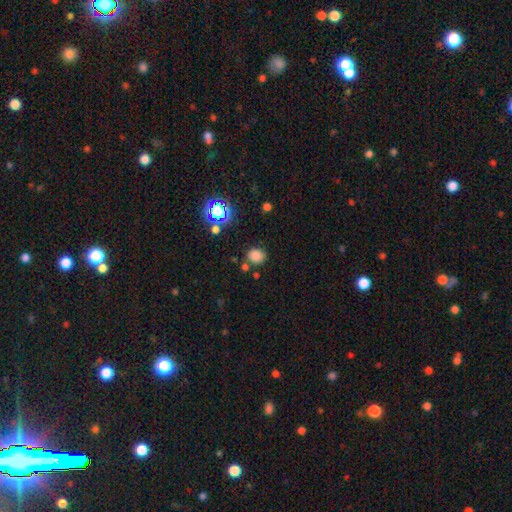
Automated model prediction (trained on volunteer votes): Smooth or featured? smooth (79%)
How rounded? round (61%)
Merging? none (76%)